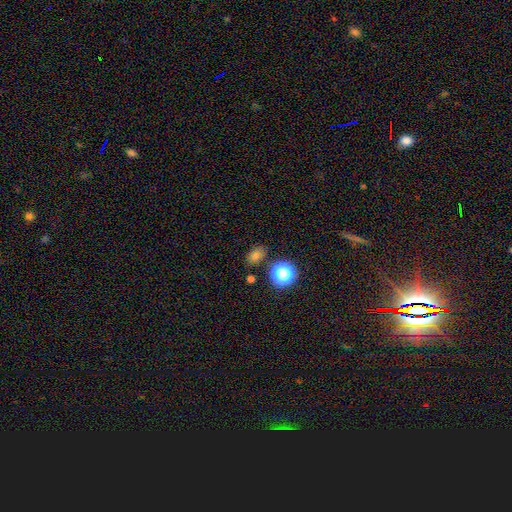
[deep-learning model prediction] This appears to be a smooth galaxy with no disk features (68%) that is in between round and cigar-shaped (65%). Merging: none (81%).